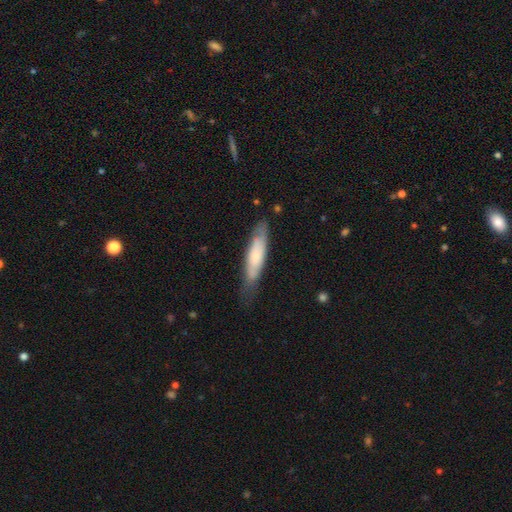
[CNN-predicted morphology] This appears to be a smooth galaxy with no disk features (56%) that is cigar-shaped (72%). Merging: none (70%).